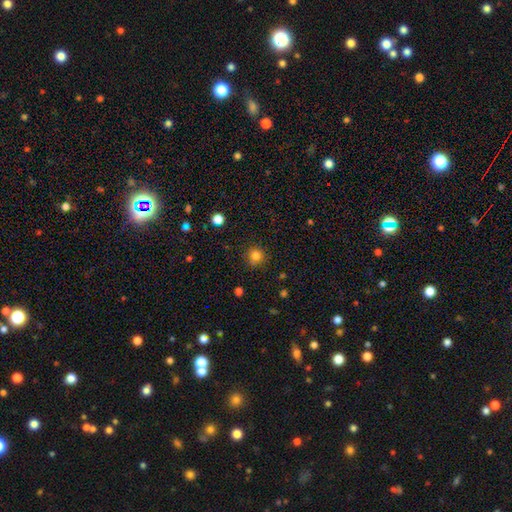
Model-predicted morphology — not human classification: Smooth or featured? Predicted: smooth (p=0.80). How rounded? Predicted: round (p=0.91). Merging? Predicted: none (p=0.83).